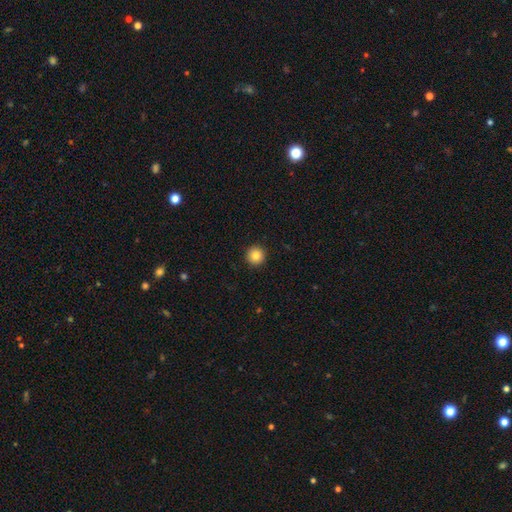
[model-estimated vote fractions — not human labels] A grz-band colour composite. It shows a smooth galaxy with no disk features (85%) that is round (96%). Merging: none (93%).